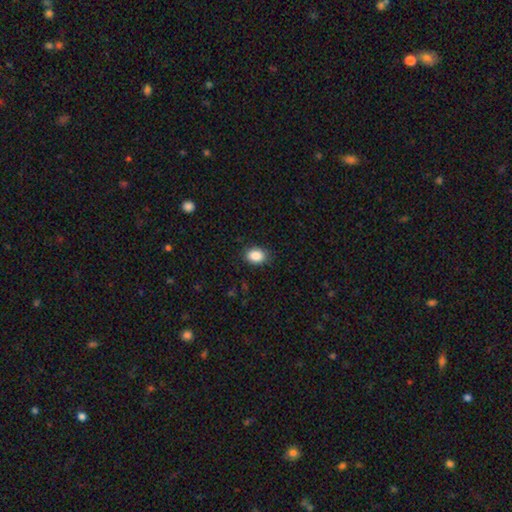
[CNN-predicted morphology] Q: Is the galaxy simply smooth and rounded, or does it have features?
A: smooth — 88%.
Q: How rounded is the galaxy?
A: in between — 73%.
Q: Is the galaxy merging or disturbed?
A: none — 86%.